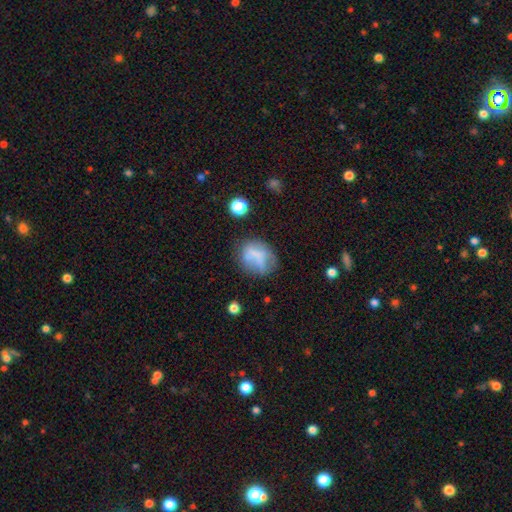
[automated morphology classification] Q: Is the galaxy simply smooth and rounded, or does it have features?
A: smooth — 56%.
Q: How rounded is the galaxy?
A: round — 59%.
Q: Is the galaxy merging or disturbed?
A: none — 49%.